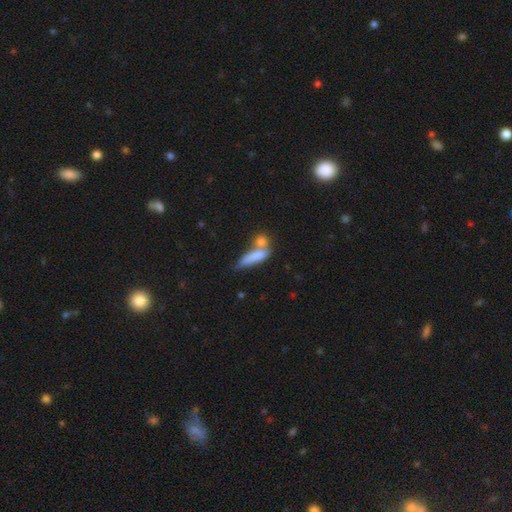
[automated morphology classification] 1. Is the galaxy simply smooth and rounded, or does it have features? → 75% smooth, 17% featured or disk, 8% star or artifact.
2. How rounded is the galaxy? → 55% cigar-shaped, 39% in between, 6% round.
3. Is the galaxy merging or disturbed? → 43% merger, 34% none, 15% minor disturbance, 8% major disturbance.